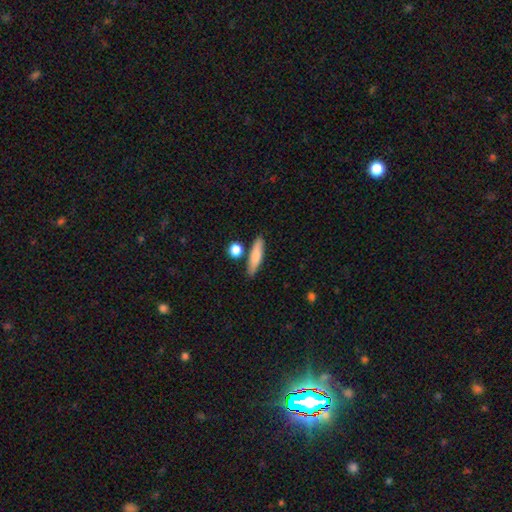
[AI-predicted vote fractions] Overall: smooth (77%). How rounded: cigar-shaped (73%). Merging: none (80%).